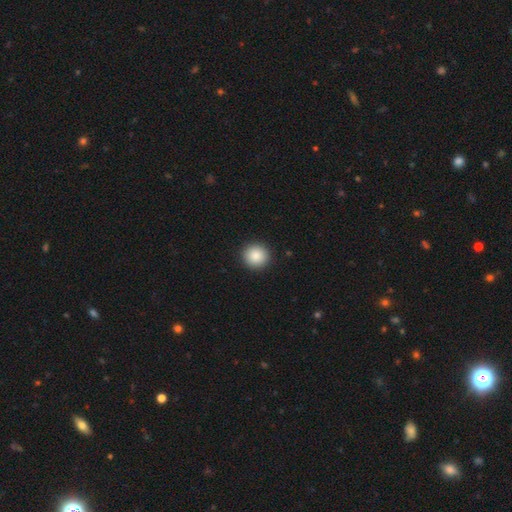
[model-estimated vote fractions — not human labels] Smooth or featured? Predicted: smooth (p=0.88). How rounded? Predicted: round (p=0.94). Merging? Predicted: none (p=0.93).